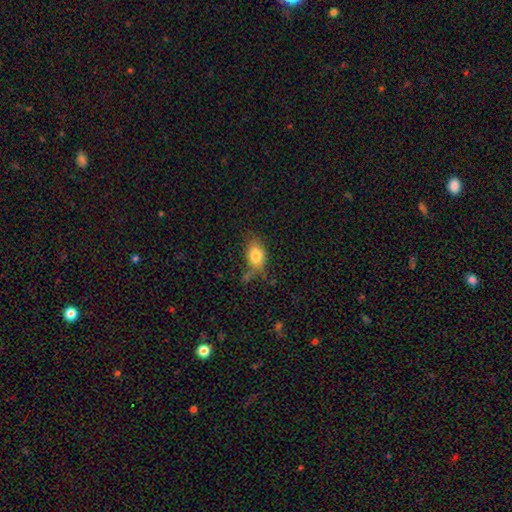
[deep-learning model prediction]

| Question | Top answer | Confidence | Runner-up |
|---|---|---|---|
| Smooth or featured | smooth | 80% | featured or disk (12%) |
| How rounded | in between | 84% | round (13%) |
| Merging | none | 55% | minor disturbance (27%) |